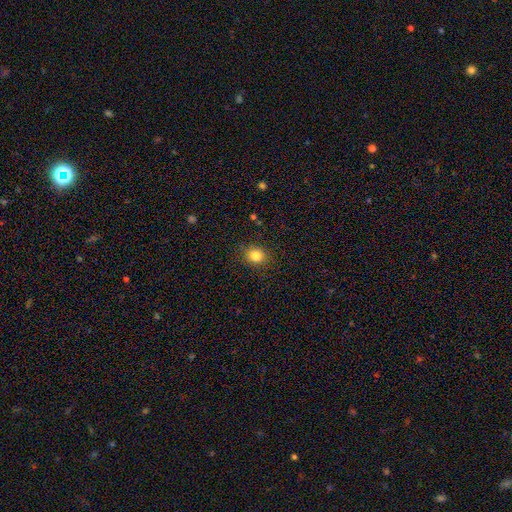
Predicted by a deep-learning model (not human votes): This appears to be a smooth galaxy with no disk features (83%) that is round (71%). Merging: none (87%).